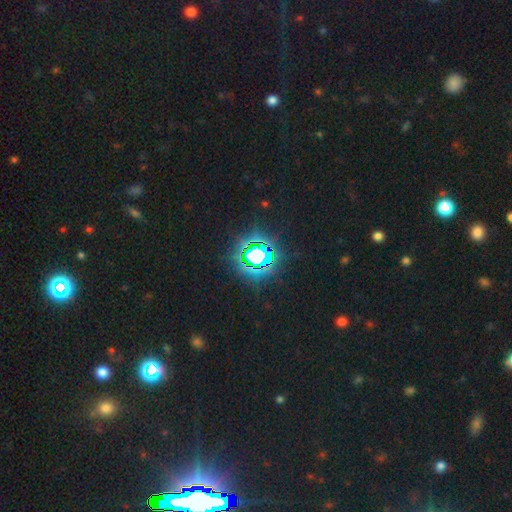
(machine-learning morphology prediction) The model was most divided on "smooth or featured": star or artifact: 76%, smooth: 13%, featured or disk: 11%.